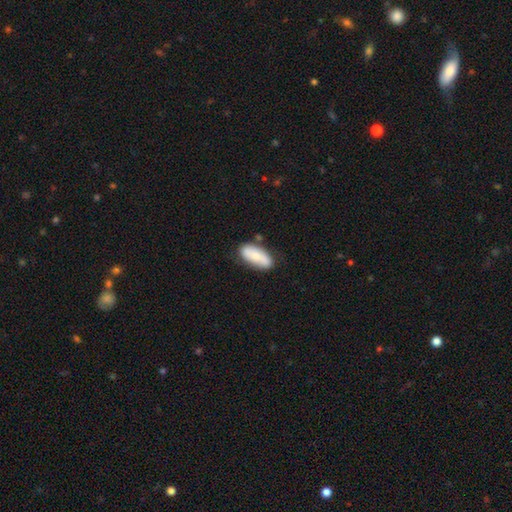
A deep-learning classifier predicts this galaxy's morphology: Smooth or featured? smooth (70%)
How rounded? in between (82%)
Merging? none (76%)